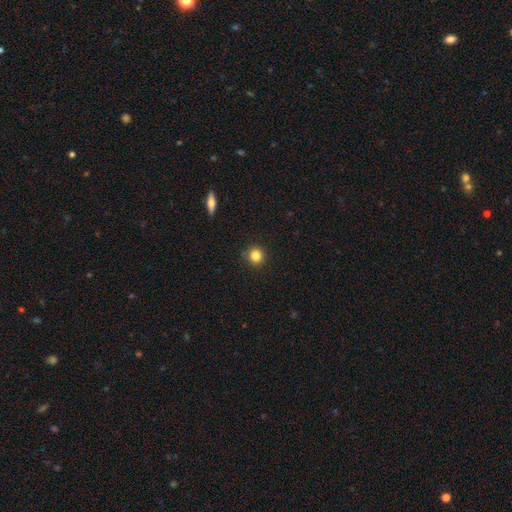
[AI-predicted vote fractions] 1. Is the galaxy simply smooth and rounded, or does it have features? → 84% smooth, 11% star or artifact, 5% featured or disk.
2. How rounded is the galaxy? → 92% round, 7% in between, 1% cigar-shaped.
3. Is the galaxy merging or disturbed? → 91% none, 6% minor disturbance, 2% major disturbance, 1% merger.